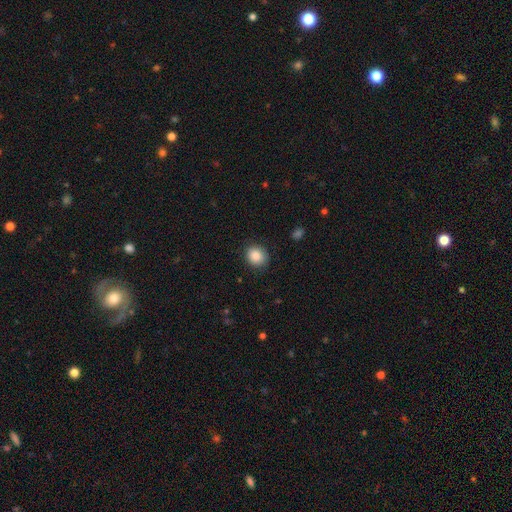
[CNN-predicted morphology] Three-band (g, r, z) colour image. It shows a smooth galaxy with no disk features (88%) that is round (74%). Merging: none (84%).